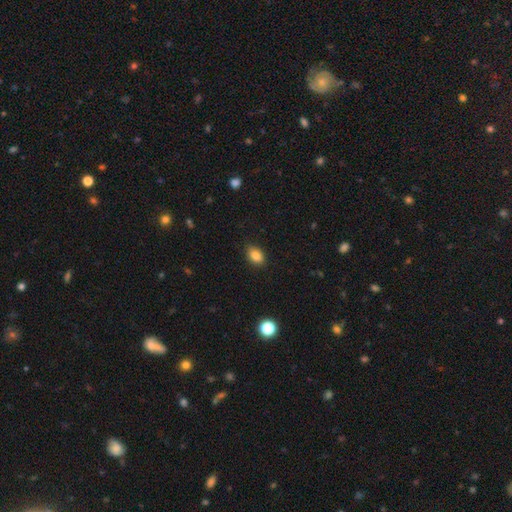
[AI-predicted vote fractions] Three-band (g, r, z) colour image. It shows a smooth galaxy with no disk features (85%) that is in between round and cigar-shaped (76%). Merging: none (87%).